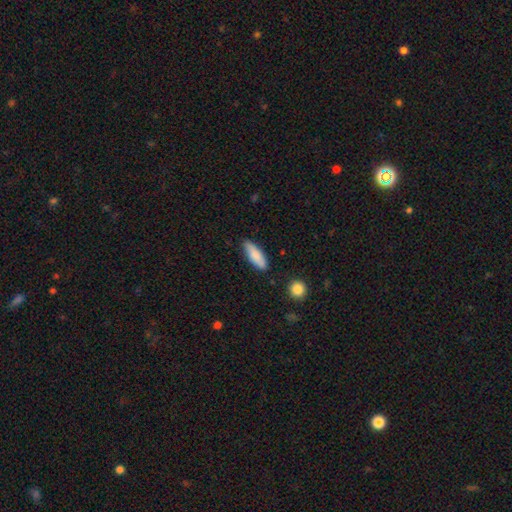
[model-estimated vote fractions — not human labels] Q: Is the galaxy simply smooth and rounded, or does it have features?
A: smooth — 83%.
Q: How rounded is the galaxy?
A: in between — 55%.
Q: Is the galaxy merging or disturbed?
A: none — 82%.